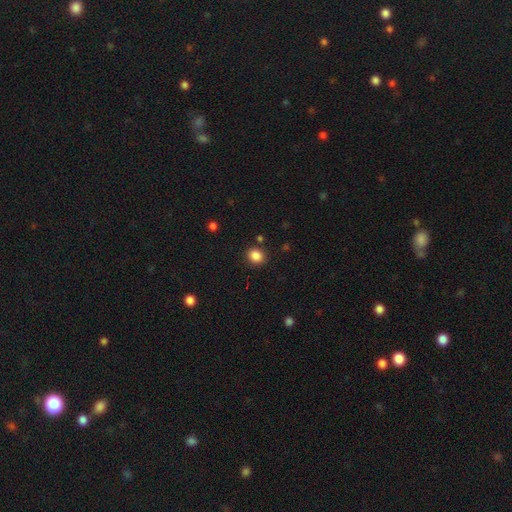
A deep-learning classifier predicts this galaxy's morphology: A smooth galaxy with no disk features (86%) that is round (71%).

Vote fractions:
- Smooth or featured? smooth: 86% / star or artifact: 10% / featured or disk: 3%
- How rounded? round: 71% / in between: 28% / cigar-shaped: 1%
- Merging? none: 86% / minor disturbance: 8% / major disturbance: 3% / merger: 3%